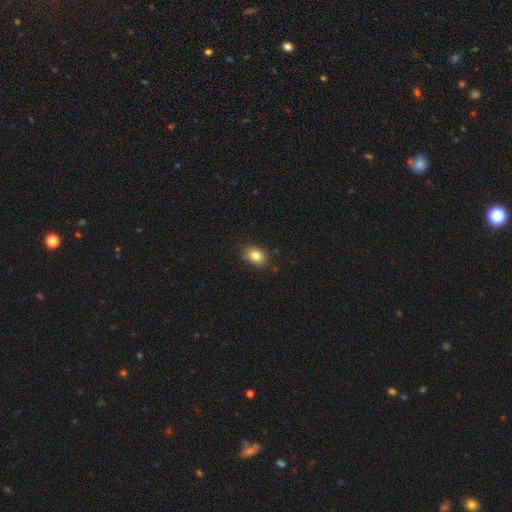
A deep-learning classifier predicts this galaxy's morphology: Smooth or featured? Predicted: smooth (p=0.83). How rounded? Predicted: in between (p=0.72). Merging? Predicted: none (p=0.85).